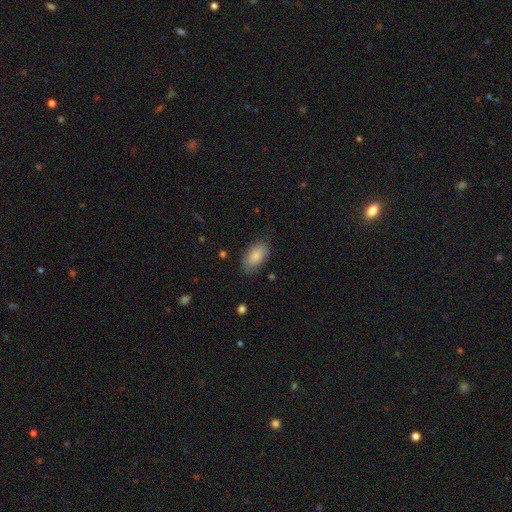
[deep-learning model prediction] The model was most divided on "merging": none: 77%, minor disturbance: 18%, major disturbance: 4%, merger: 1%. More confident: how rounded — in between (93%); smooth or featured — smooth (83%).